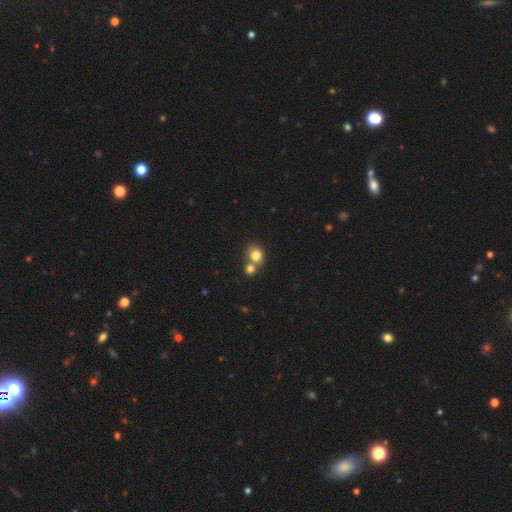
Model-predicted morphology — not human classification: A smooth galaxy with no disk features (81%) that is round (71%). Merging: none (46%).